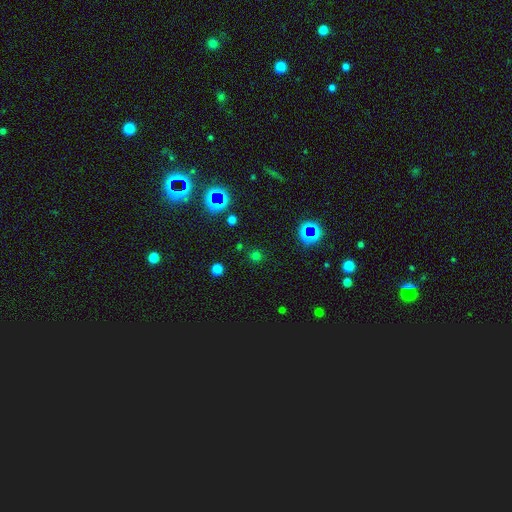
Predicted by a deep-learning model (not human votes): A smooth galaxy with no disk features (56%) that is round (92%).

Vote fractions:
- Smooth or featured? smooth: 56% / star or artifact: 38% / featured or disk: 6%
- How rounded? round: 92% / in between: 7% / cigar-shaped: 1%
- Merging? none: 87% / minor disturbance: 7% / major disturbance: 3% / merger: 3%